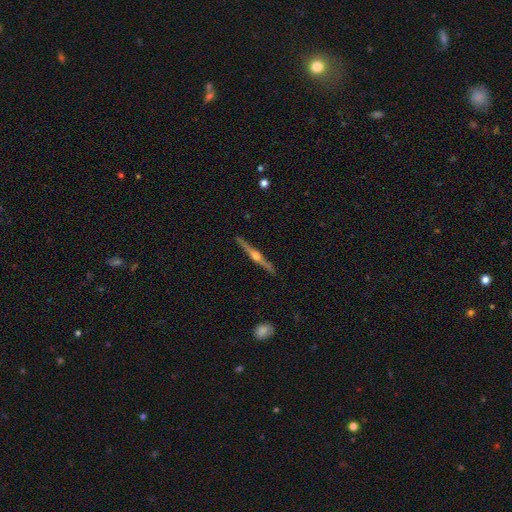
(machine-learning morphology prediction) Smooth or featured?
  - featured or disk: 84% *
  - smooth: 10%
  - star or artifact: 5%
Edge-on disk?
  - yes: 99% *
  - no: 1%
Edge-on bulge?
  - rounded: 93% *
  - boxy: 4%
  - none: 3%
Merging?
  - none: 92% *
  - minor disturbance: 6%
  - major disturbance: 1%
  - merger: 1%